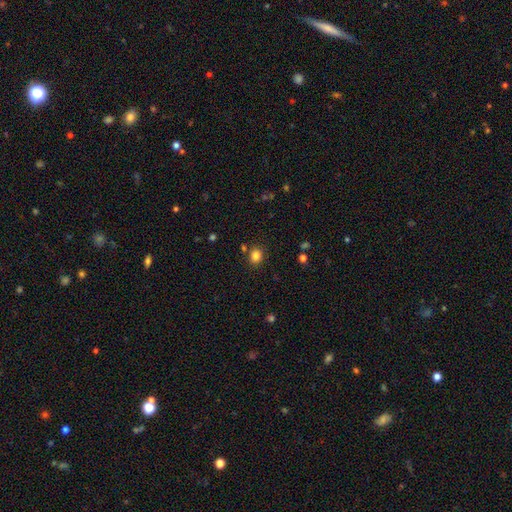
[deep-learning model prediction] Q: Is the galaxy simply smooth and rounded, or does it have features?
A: smooth — 83%.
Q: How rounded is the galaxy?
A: round — 62%.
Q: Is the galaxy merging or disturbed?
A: none — 82%.